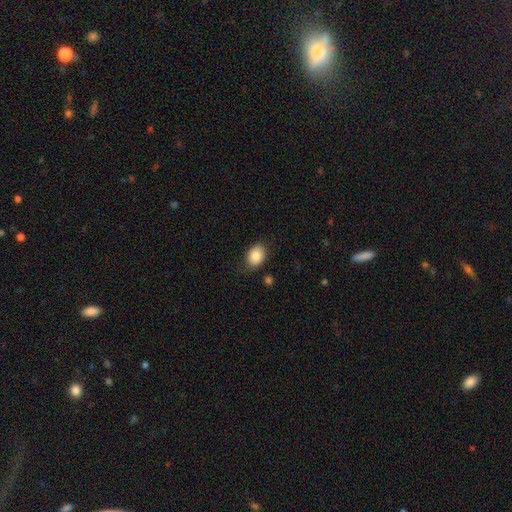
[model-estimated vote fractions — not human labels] Smooth or featured: smooth — 86% (star or artifact — 8%)
How rounded: in between — 67% (round — 32%)
Merging: none — 78% (minor disturbance — 16%)